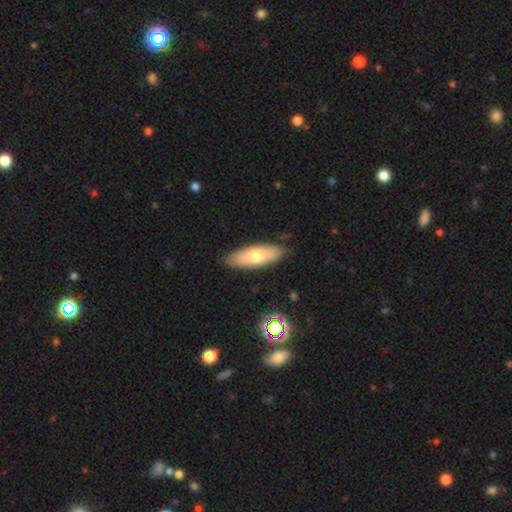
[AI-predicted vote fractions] Overall: smooth (68%). How rounded: in between (60%; cigar-shaped 38%). Merging: none (86%).